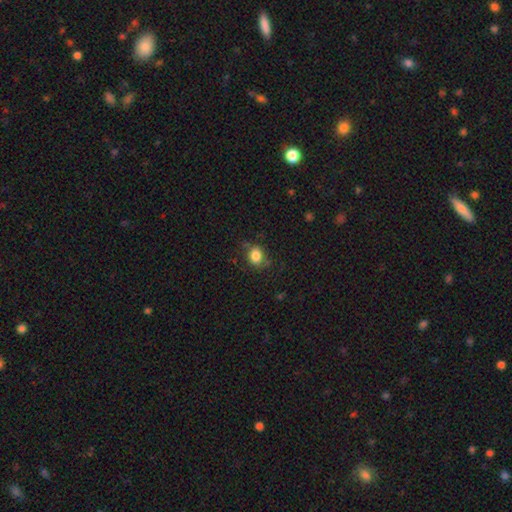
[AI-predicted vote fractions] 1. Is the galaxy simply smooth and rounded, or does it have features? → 84% smooth, 10% star or artifact, 6% featured or disk.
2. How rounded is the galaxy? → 52% round, 47% in between, 1% cigar-shaped.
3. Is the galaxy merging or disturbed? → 72% none, 19% minor disturbance, 6% major disturbance, 3% merger.